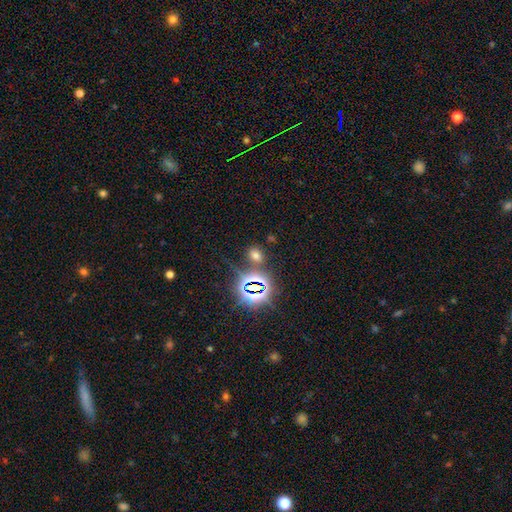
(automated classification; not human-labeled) A smooth galaxy with no disk features (53%) that is in between round and cigar-shaped (64%). Merging: none (76%).